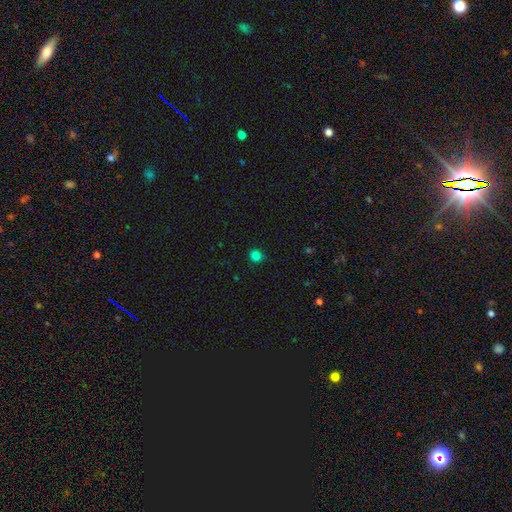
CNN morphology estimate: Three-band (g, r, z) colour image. It shows a smooth galaxy with no disk features (81%) that is round (89%). Merging: none (89%).